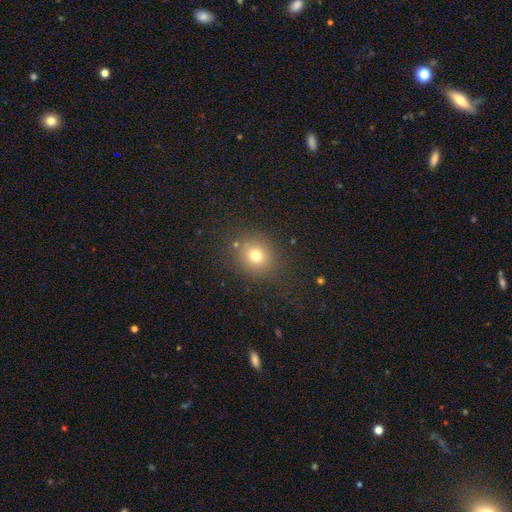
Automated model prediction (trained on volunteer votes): Morphology: type=smooth (74%); roundness=round (76%); merging=none (83%).